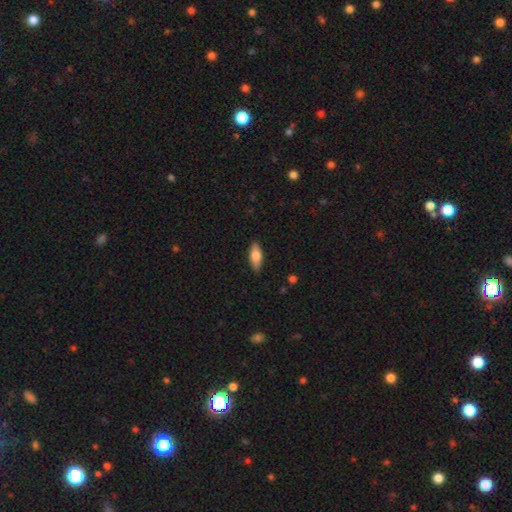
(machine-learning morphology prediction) A smooth galaxy with no disk features (73%) that is in between round and cigar-shaped (79%).

Vote fractions:
- Smooth or featured? smooth: 73% / featured or disk: 21% / star or artifact: 6%
- How rounded? in between: 79% / cigar-shaped: 19% / round: 3%
- Merging? none: 88% / minor disturbance: 9% / major disturbance: 2% / merger: 1%